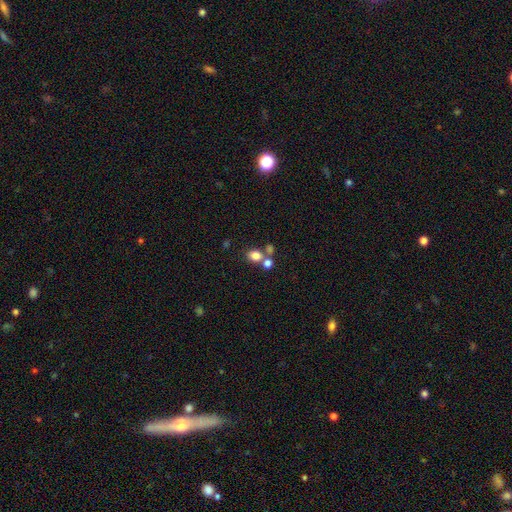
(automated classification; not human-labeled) The model was most divided on "how rounded": round: 51%, in between: 48%, cigar-shaped: 1%. Remaining: smooth or featured — smooth (79%); merging — none (49%).